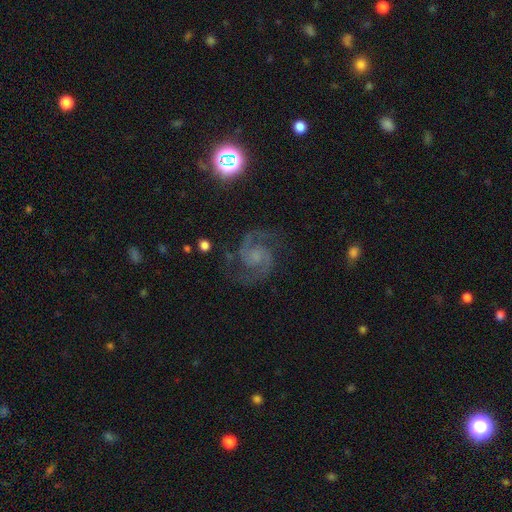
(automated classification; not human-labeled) The model was most divided on "bulge size": small: 39%, none: 34%, moderate: 22%, large: 4%, dominant: 1%. More confident: edge-on disk — no (98%); spiral arms — yes (98%); spiral arm count — 2 (92%); smooth or featured — featured or disk (89%); merging — none (79%); spiral winding — medium (63%); bar — no (59%).